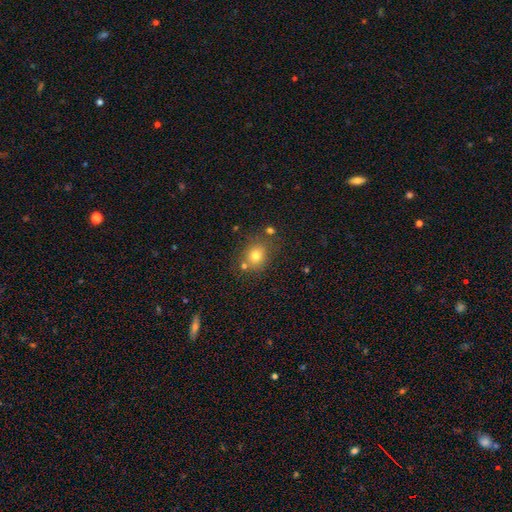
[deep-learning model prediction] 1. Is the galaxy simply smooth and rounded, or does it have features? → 75% smooth, 14% star or artifact, 10% featured or disk.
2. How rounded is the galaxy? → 69% round, 30% in between, 1% cigar-shaped.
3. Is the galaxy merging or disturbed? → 73% none, 12% minor disturbance, 10% merger, 4% major disturbance.